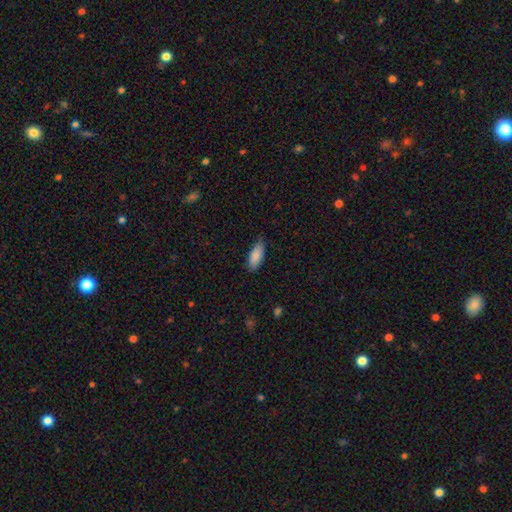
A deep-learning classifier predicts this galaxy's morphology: smooth 88%, star or artifact 6%, featured or disk 6%. Down the decision tree: how rounded — in between (80%); merging — none (79%).